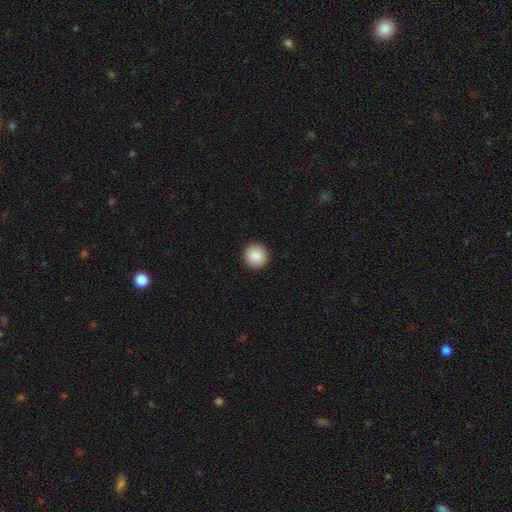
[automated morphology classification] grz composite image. It shows a smooth galaxy with no disk features (87%) that is round (94%). Merging: none (93%).